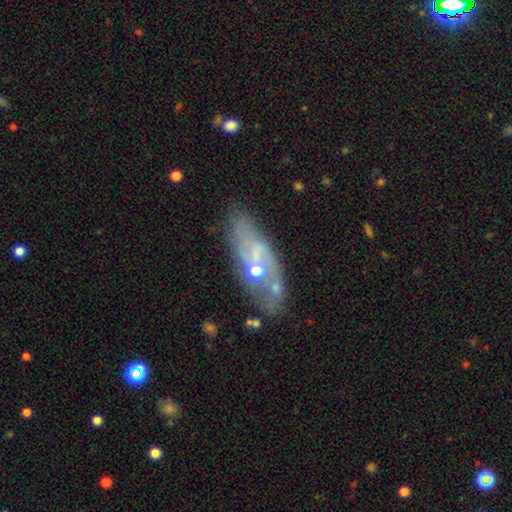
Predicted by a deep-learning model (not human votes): Morphology: type=featured or disk (63%); edge-on=no (83%); bar=no (54%); spiral arms=yes (62%); bulge=small (48%); merging=none (63%).